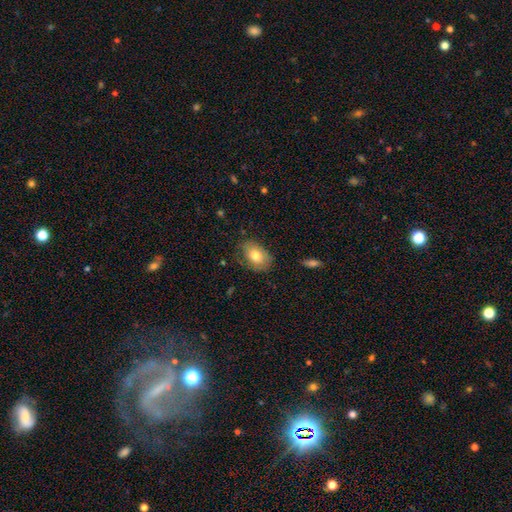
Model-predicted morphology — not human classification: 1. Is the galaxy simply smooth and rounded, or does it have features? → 75% smooth, 18% featured or disk, 8% star or artifact.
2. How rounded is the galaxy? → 82% in between, 17% round, 1% cigar-shaped.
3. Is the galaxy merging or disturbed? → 71% none, 22% minor disturbance, 6% major disturbance, 1% merger.